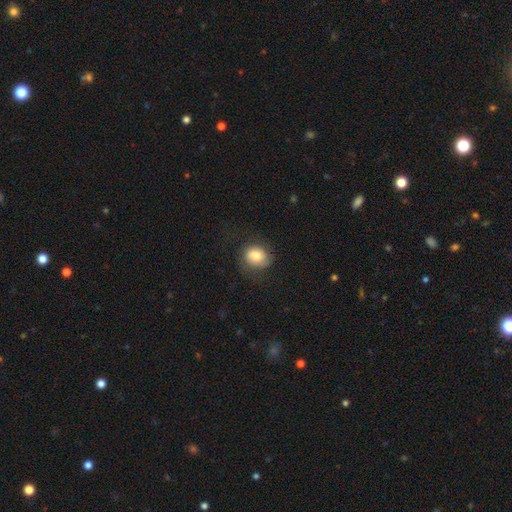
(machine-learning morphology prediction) type=smooth (77%); roundness=round (59%); merging=none (71%).